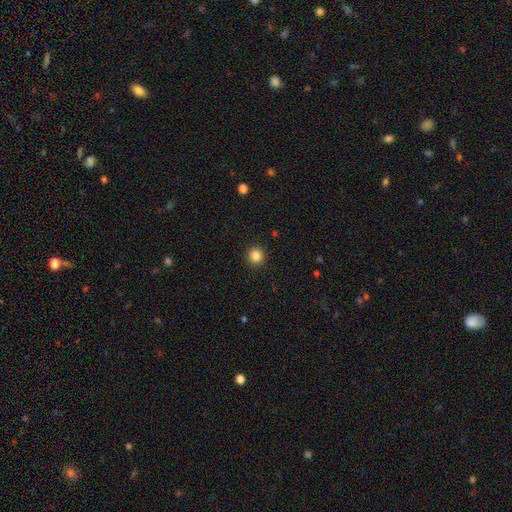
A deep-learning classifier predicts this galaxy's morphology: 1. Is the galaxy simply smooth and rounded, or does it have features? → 85% smooth, 11% star or artifact, 4% featured or disk.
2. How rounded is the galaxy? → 95% round, 4% in between, 1% cigar-shaped.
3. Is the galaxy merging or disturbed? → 93% none, 4% minor disturbance, 2% major disturbance, 1% merger.